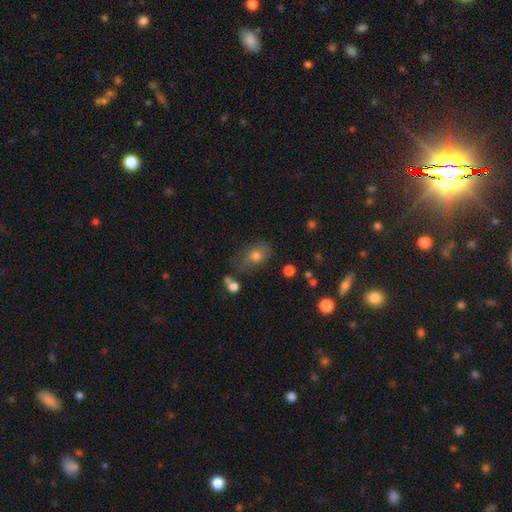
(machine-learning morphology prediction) Smooth or featured?
  - smooth: 68% *
  - featured or disk: 20%
  - star or artifact: 12%
How rounded?
  - in between: 72% *
  - round: 27%
  - cigar-shaped: 2%
Merging?
  - none: 60% *
  - minor disturbance: 23%
  - major disturbance: 10%
  - merger: 7%